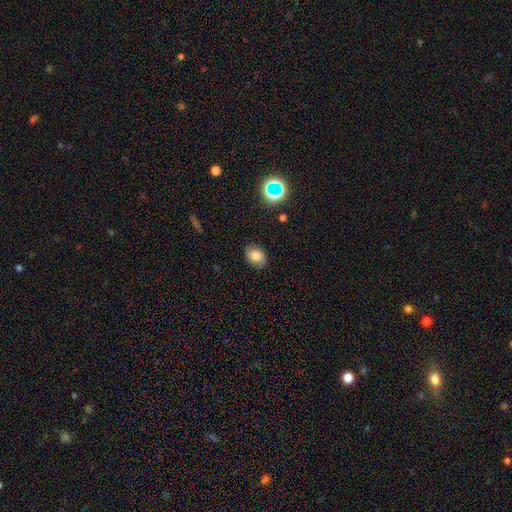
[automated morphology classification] smooth-or-featured: smooth: 76% | featured or disk: 12% | star or artifact: 12%
  how-rounded: in between: 76% | round: 23% | cigar-shaped: 1%
  merging: none: 84% | minor disturbance: 13% | major disturbance: 3% | merger: 1%